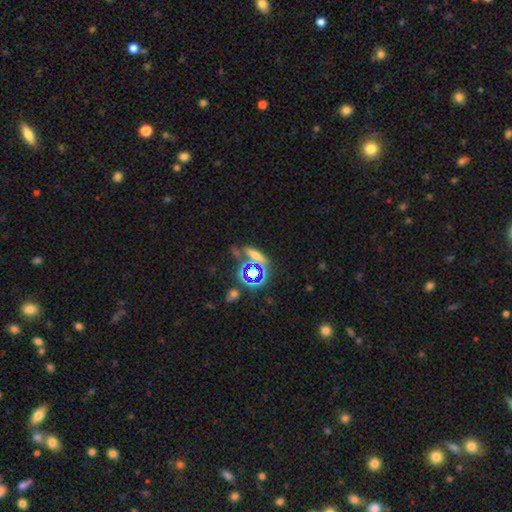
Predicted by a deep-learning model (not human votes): smooth 43%, star or artifact 35%, featured or disk 22%. Down the decision tree: merging — none (53%).